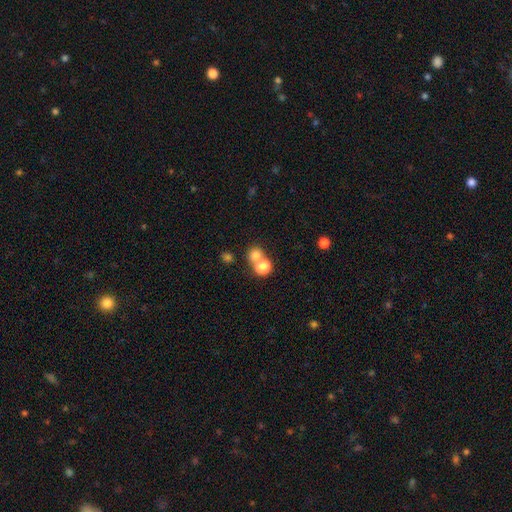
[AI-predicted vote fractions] A smooth galaxy with no disk features (75%) that is round (84%).

Vote fractions:
- Smooth or featured? smooth: 75% / star or artifact: 16% / featured or disk: 9%
- How rounded? round: 84% / in between: 15% / cigar-shaped: 1%
- Merging? none: 49% / merger: 41% / minor disturbance: 6% / major disturbance: 4%